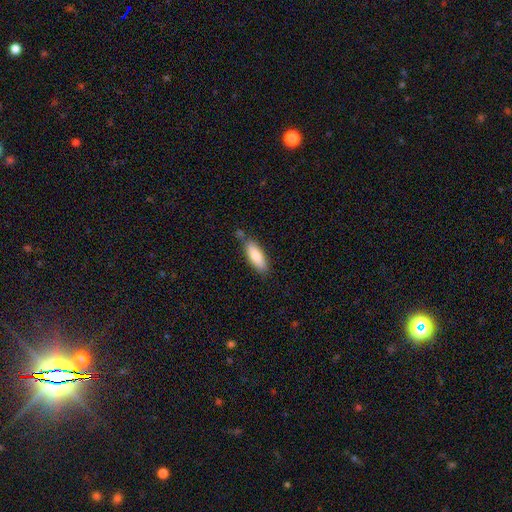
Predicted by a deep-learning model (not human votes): Smooth or featured? smooth (82%)
How rounded? in between (61%)
Merging? none (73%)